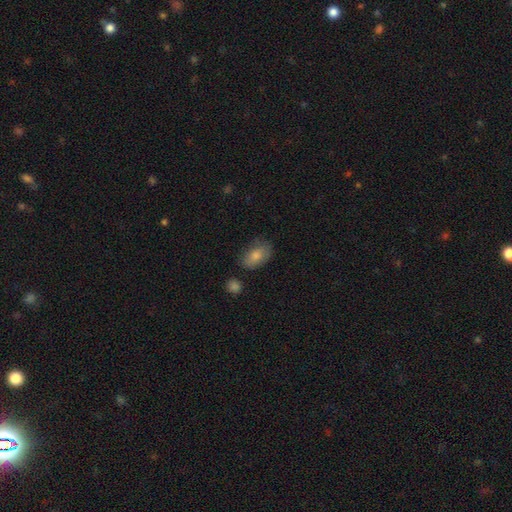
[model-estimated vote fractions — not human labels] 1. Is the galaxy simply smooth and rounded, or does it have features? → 81% smooth, 12% featured or disk, 7% star or artifact.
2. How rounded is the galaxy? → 91% in between, 7% round, 2% cigar-shaped.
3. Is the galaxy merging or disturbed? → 69% none, 23% minor disturbance, 5% major disturbance, 3% merger.